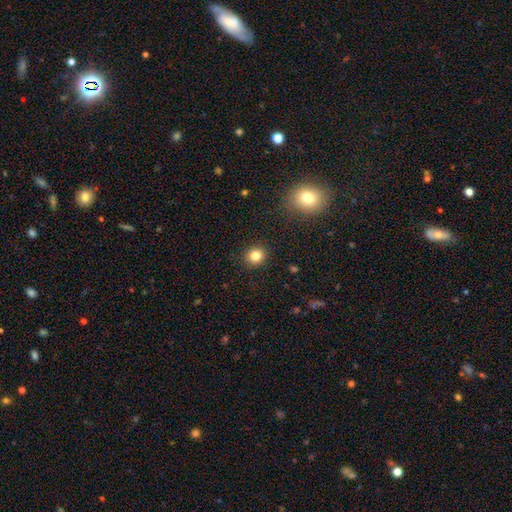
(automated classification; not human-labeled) Smooth or featured?
  - smooth: 82% *
  - star or artifact: 12%
  - featured or disk: 6%
How rounded?
  - round: 86% *
  - in between: 13%
  - cigar-shaped: 1%
Merging?
  - none: 91% *
  - minor disturbance: 6%
  - major disturbance: 2%
  - merger: 1%